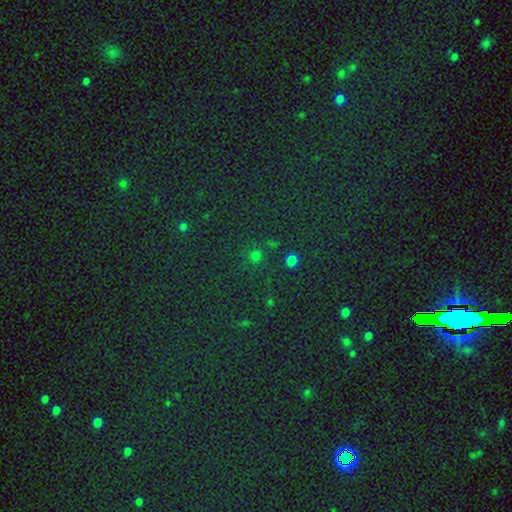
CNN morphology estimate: Q: Smooth or featured?
A: star or artifact (51%); runner-up: smooth (42%)